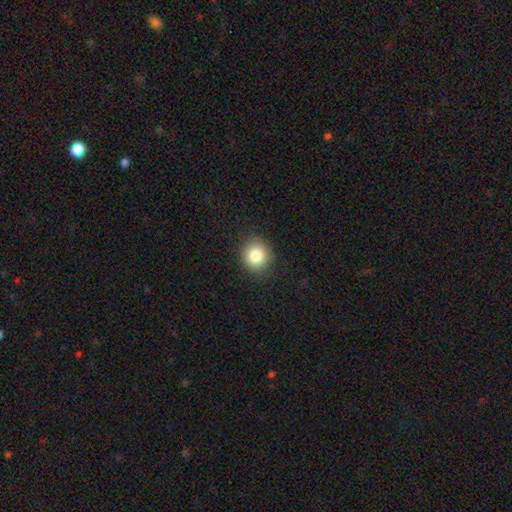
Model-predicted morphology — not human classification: Smooth or featured?
  - smooth: 83% *
  - star or artifact: 10%
  - featured or disk: 7%
How rounded?
  - round: 86% *
  - in between: 13%
  - cigar-shaped: 1%
Merging?
  - none: 90% *
  - minor disturbance: 7%
  - major disturbance: 2%
  - merger: 1%